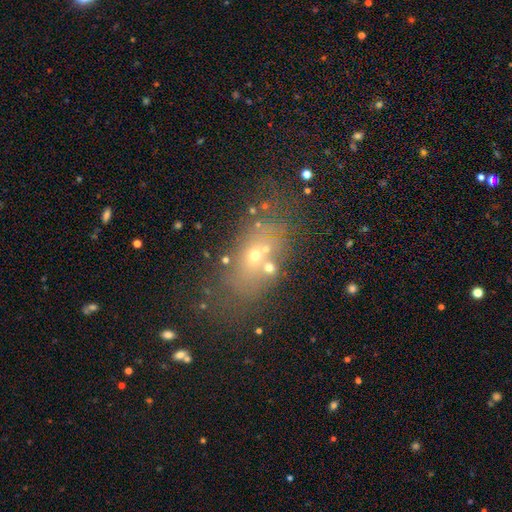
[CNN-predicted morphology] smooth 46%, star or artifact 28%, featured or disk 27%. Down the decision tree: merging — none (61%).